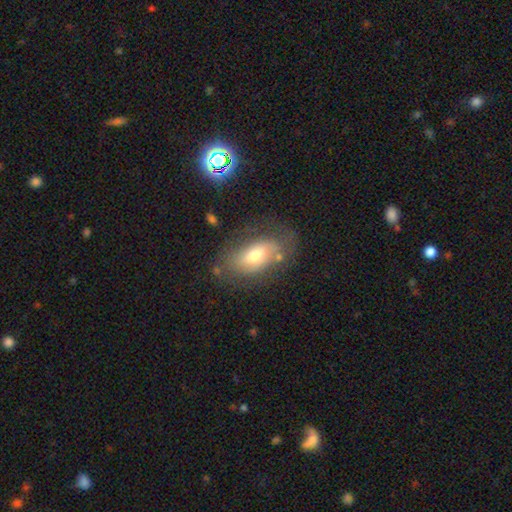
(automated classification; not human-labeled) Smooth or featured: smooth — 59% (featured or disk — 33%)
How rounded: in between — 90% (round — 6%)
Merging: none — 62% (minor disturbance — 22%)